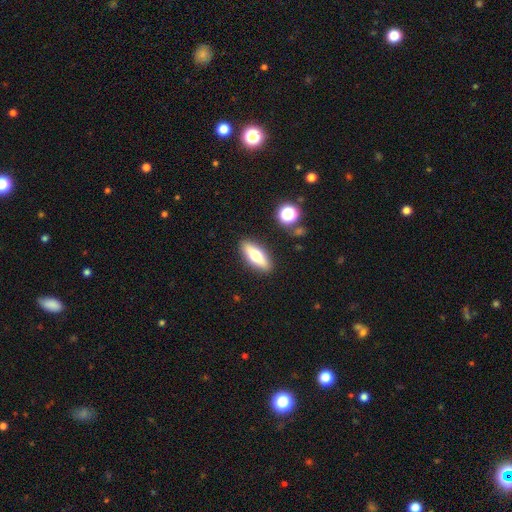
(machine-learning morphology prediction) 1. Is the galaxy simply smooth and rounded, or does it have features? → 56% smooth, 36% featured or disk, 7% star or artifact.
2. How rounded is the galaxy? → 57% in between, 40% cigar-shaped, 3% round.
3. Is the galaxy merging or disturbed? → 88% none, 8% minor disturbance, 2% major disturbance, 2% merger.